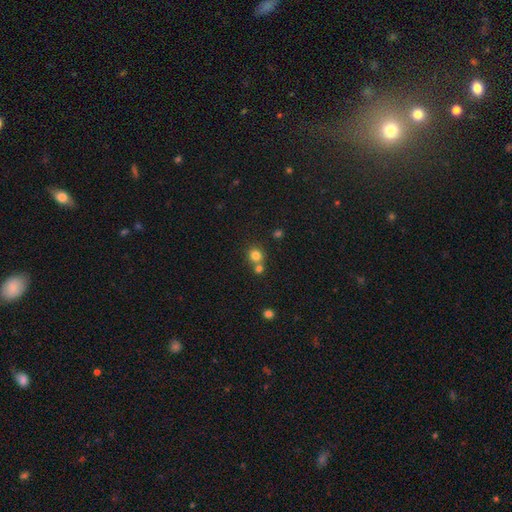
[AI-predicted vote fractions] Smooth or featured?
  - smooth: 79% *
  - star or artifact: 14%
  - featured or disk: 7%
How rounded?
  - round: 87% *
  - in between: 12%
  - cigar-shaped: 1%
Merging?
  - none: 55% *
  - merger: 35%
  - minor disturbance: 7%
  - major disturbance: 3%